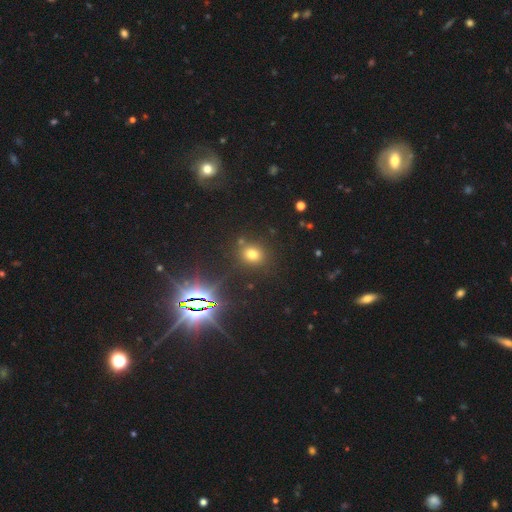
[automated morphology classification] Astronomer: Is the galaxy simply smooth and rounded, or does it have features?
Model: star or artifact — 45% (runner-up: smooth, 44%).